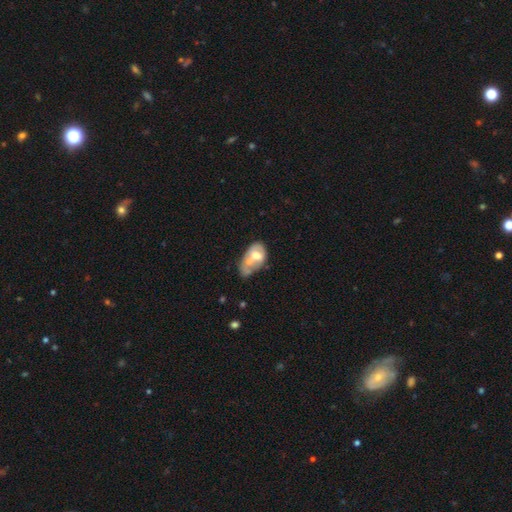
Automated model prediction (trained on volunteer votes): A smooth galaxy with no disk features (50%) that is in between round and cigar-shaped (88%).

Vote fractions:
- Smooth or featured? smooth: 50% / featured or disk: 42% / star or artifact: 7%
- How rounded? in between: 88% / round: 10% / cigar-shaped: 2%
- Merging? merger: 41% / minor disturbance: 22% / major disturbance: 20% / none: 17%